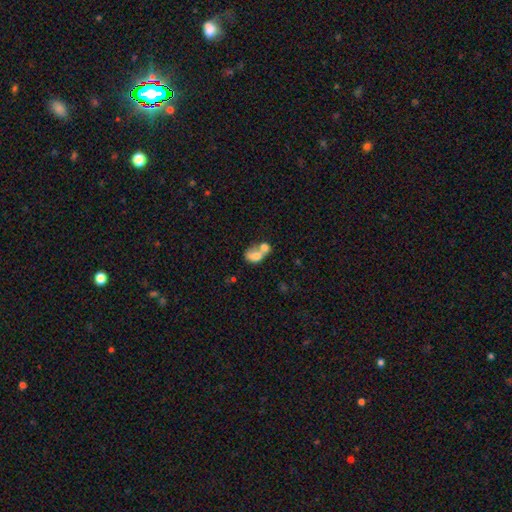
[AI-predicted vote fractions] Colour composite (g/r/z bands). It shows a smooth galaxy with no disk features (67%) that is in between round and cigar-shaped (68%). Merging: merger (73%).